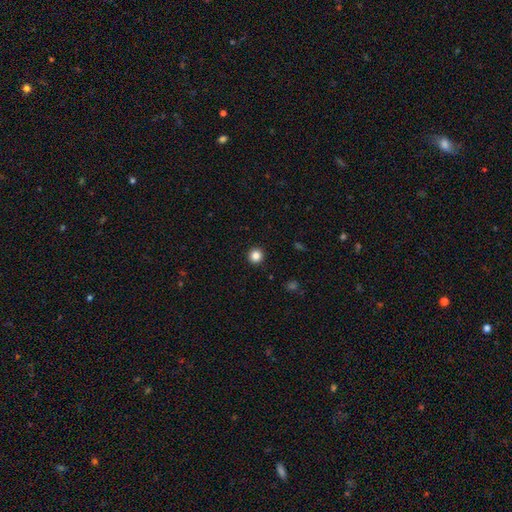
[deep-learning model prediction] This is clearly a smooth galaxy (85%). How rounded: clearly round (95%). Merging: clearly none (93%).